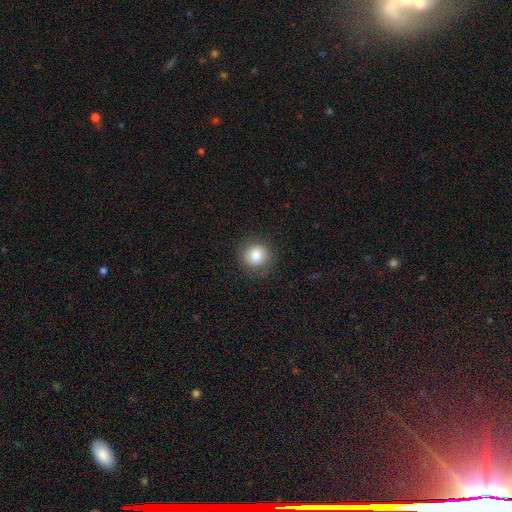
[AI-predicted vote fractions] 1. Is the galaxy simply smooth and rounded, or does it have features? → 82% smooth, 10% star or artifact, 8% featured or disk.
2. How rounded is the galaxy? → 88% round, 11% in between, 1% cigar-shaped.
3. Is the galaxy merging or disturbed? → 87% none, 9% minor disturbance, 3% major disturbance, 1% merger.